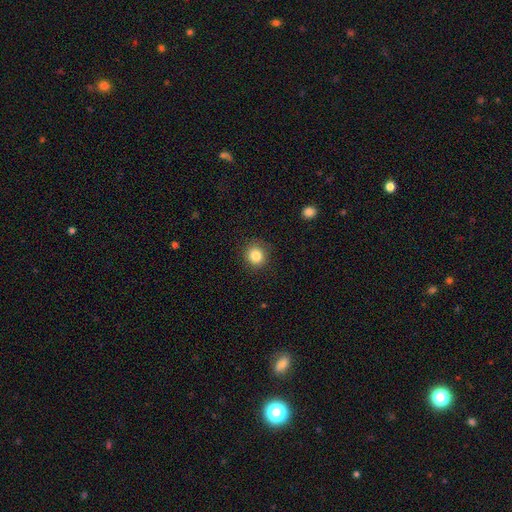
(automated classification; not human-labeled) The model was most divided on "smooth or featured": smooth: 84%, star or artifact: 11%, featured or disk: 5%. More confident: how rounded — round (90%); merging — none (88%).